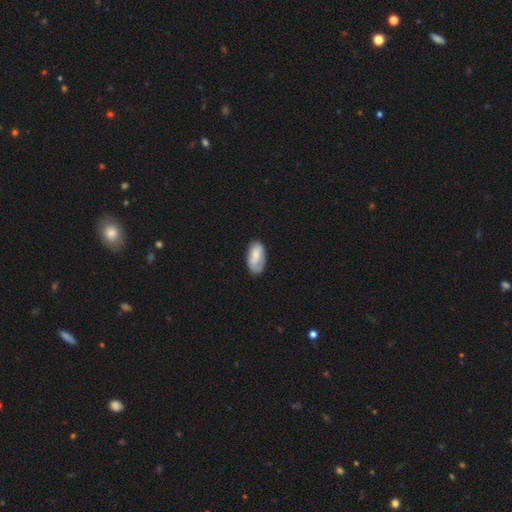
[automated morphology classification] smooth-or-featured: smooth: 77% | featured or disk: 17% | star or artifact: 6%
  how-rounded: in between: 94% | cigar-shaped: 4% | round: 2%
  merging: none: 69% | minor disturbance: 24% | major disturbance: 6% | merger: 2%